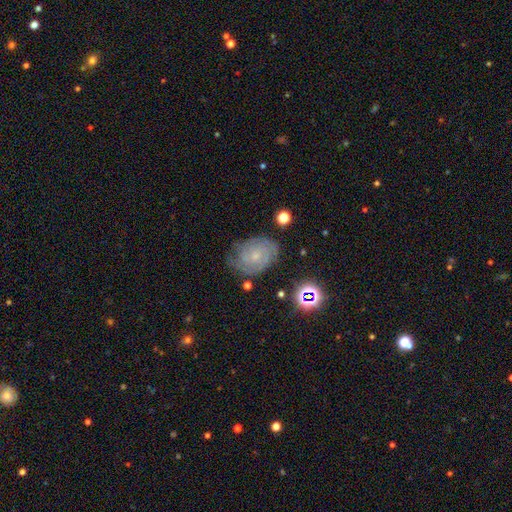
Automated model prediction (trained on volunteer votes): Overall: featured or disk (69%). Edge-on disk: no (97%). Bar: no (75%). Spiral arms: yes (91%). Spiral arm count: can't tell (42%; 2 25%). Spiral winding: tight (67%). Bulge size: small (66%). Merging: none (69%).